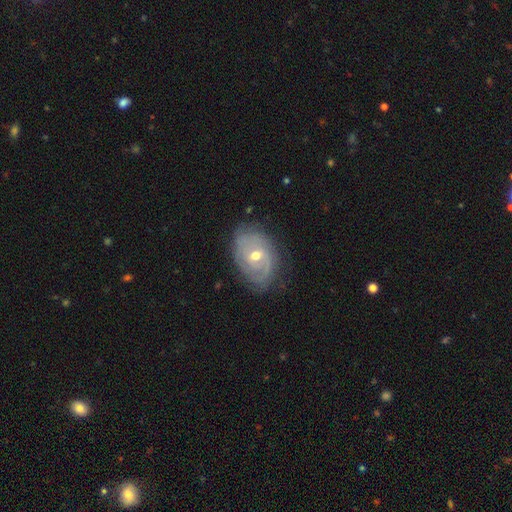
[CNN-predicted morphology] Overall: featured or disk (75%). Edge-on disk: no (95%). Bar: no (63%; weak 31%). Spiral arms: yes (82%). Spiral arm count: can't tell (44%; 2 29%). Spiral winding: tight (66%). Bulge size: moderate (65%; small 31%). Merging: none (71%).